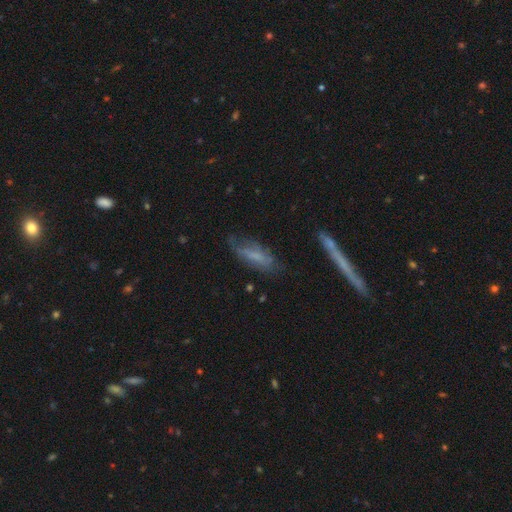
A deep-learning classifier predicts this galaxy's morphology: The model was most divided on "how rounded": in between: 54%, cigar-shaped: 43%, round: 3%. More confident: merging — none (56%); smooth or featured — smooth (54%).